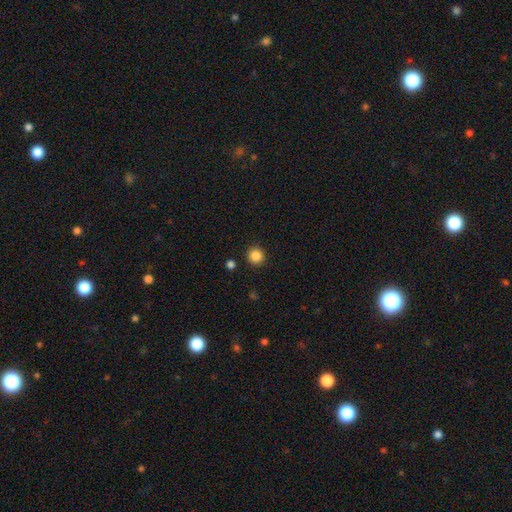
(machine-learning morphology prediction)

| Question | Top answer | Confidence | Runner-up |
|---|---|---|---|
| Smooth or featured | smooth | 86% | star or artifact (11%) |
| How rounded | round | 94% | in between (5%) |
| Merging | none | 91% | minor disturbance (5%) |